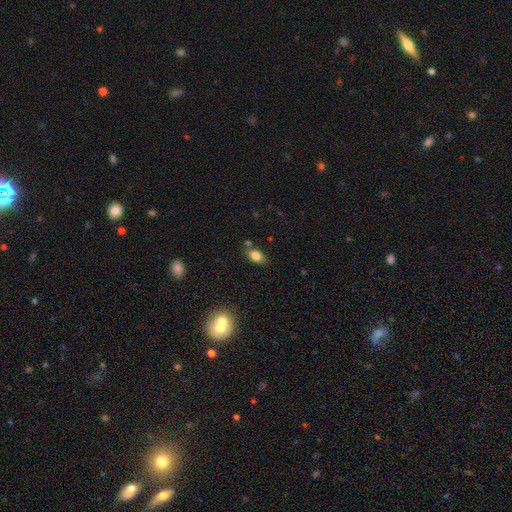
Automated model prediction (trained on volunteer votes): Smooth or featured: smooth — 82% (star or artifact — 10%)
How rounded: in between — 84% (round — 13%)
Merging: none — 73% (minor disturbance — 16%)